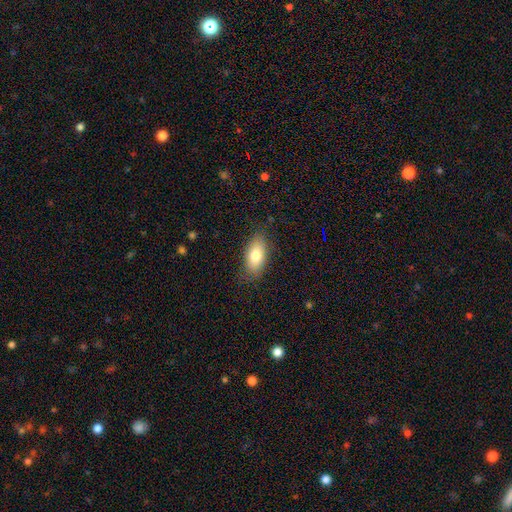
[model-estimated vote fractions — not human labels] smooth 79%, featured or disk 14%, star or artifact 7%. Down the decision tree: how rounded — in between (90%); merging — none (82%).